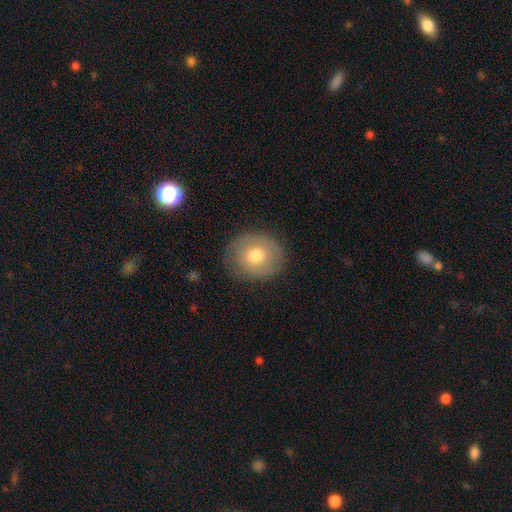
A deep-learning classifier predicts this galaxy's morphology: Overall: smooth (61%; featured or disk 29%). How rounded: round (73%). Merging: none (83%).